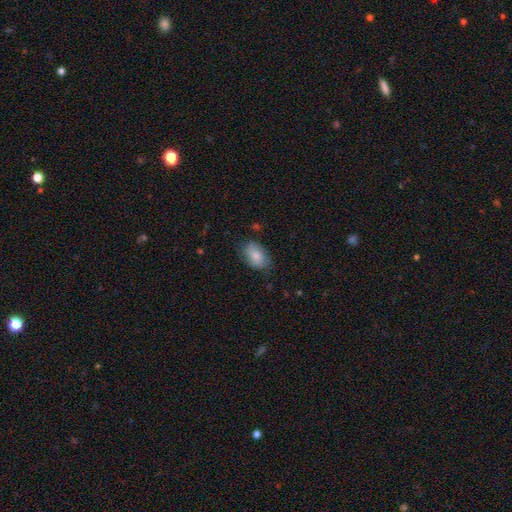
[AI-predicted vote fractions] Morphology: type=smooth (79%); roundness=in between (89%); merging=none (71%).